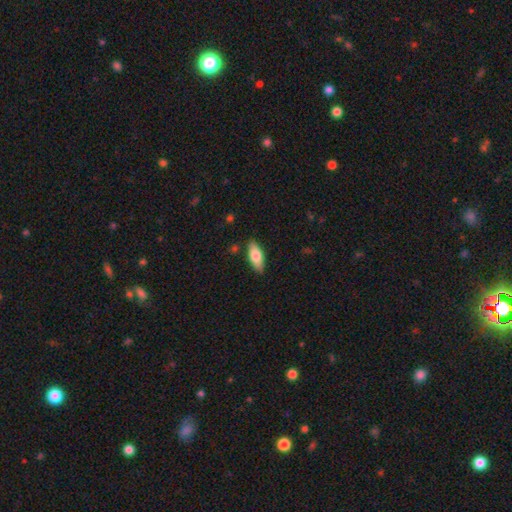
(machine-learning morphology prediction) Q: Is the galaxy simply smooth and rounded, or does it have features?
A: smooth — 76%.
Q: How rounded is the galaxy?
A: in between — 79%.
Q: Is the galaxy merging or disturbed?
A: none — 85%.